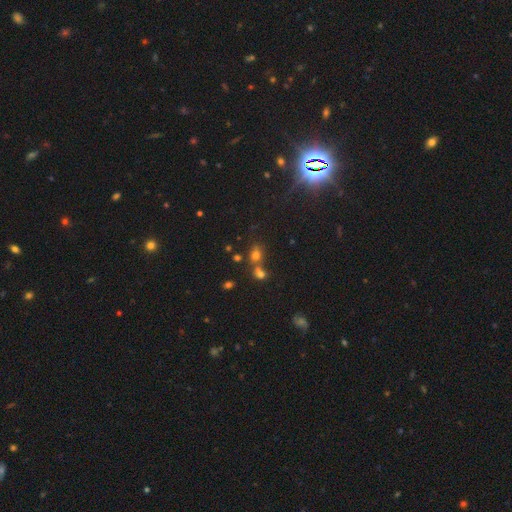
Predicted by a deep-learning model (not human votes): This appears to be a smooth galaxy with no disk features (63%) that is round (56%). Merging: none (47%).